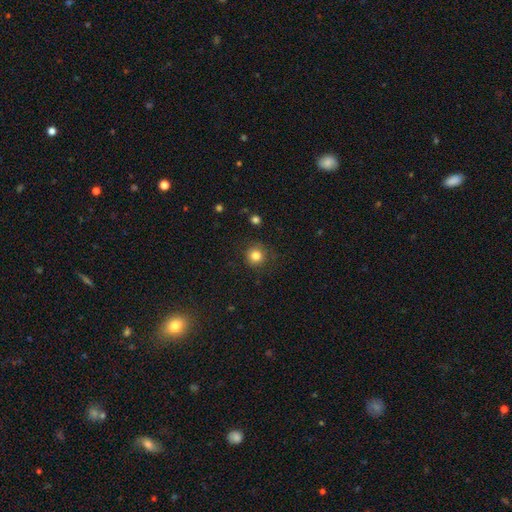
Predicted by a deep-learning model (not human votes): smooth_or_featured: smooth (p=0.83) [alt: star or artifact p=0.12]
how_rounded: round (p=0.93) [alt: in between p=0.06]
merging: none (p=0.85) [alt: minor disturbance p=0.10]